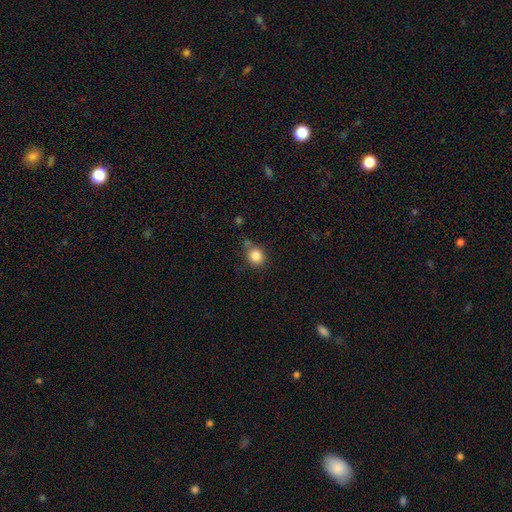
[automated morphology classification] smooth_or_featured: smooth (p=0.84) [alt: star or artifact p=0.11]
how_rounded: round (p=0.82) [alt: in between p=0.17]
merging: none (p=0.71) [alt: minor disturbance p=0.16]